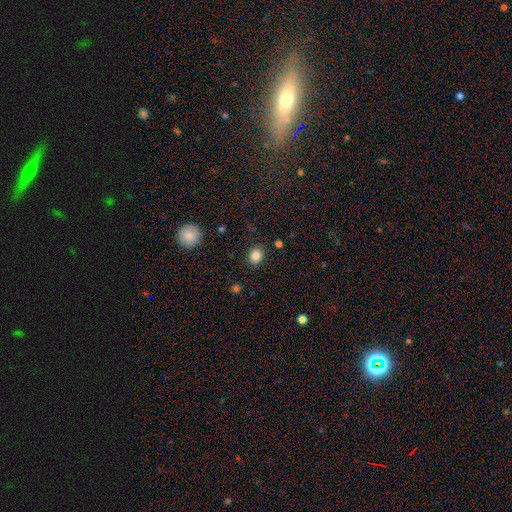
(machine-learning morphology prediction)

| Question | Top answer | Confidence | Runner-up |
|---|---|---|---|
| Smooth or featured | smooth | 83% | star or artifact (11%) |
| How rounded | round | 60% | in between (39%) |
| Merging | none | 86% | minor disturbance (9%) |